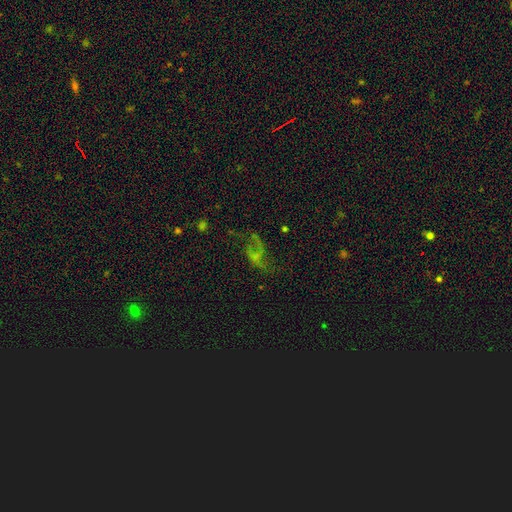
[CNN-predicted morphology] The model was most divided on "merging": major disturbance: 41%, none: 36%, minor disturbance: 17%, merger: 6%. More confident: edge-on disk — no (96%); smooth or featured — featured or disk (51%).